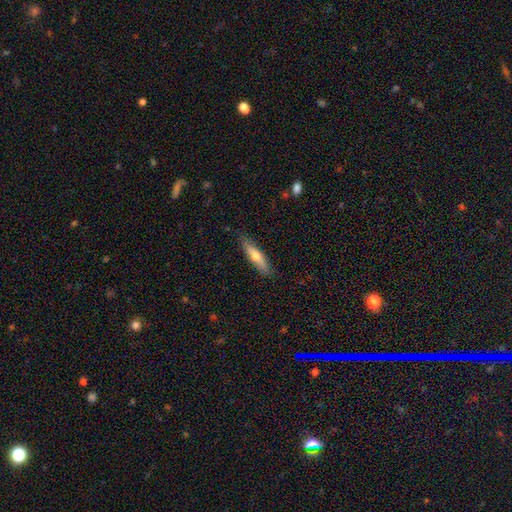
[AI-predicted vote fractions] This is possibly a smooth galaxy (59%). How rounded: likely cigar-shaped (80%). Merging: clearly none (85%).